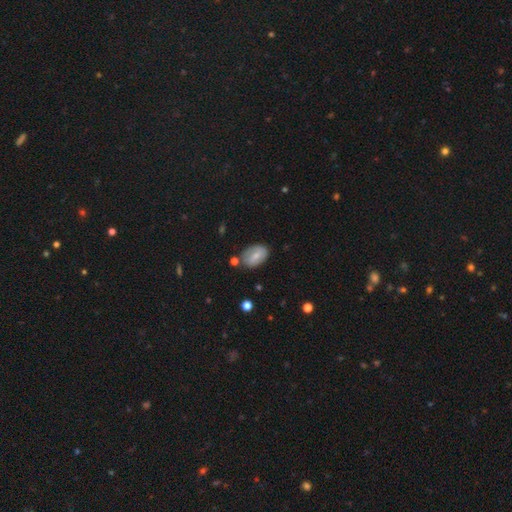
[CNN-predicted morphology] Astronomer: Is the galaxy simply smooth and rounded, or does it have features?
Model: smooth — 63%.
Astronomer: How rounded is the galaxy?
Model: in between — 85%.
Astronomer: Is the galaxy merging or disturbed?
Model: none — 70%.